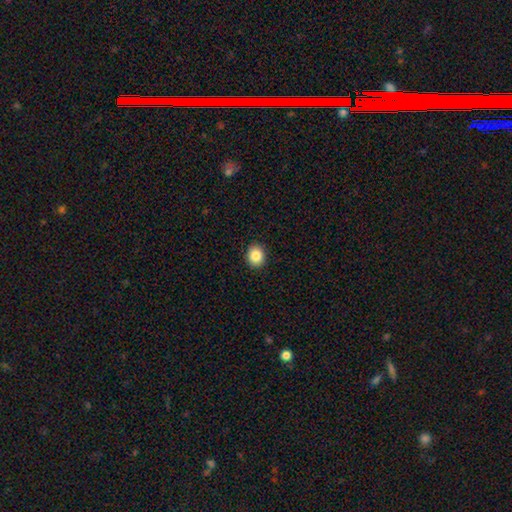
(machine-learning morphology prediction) smooth 86%, star or artifact 9%, featured or disk 5%. Down the decision tree: how rounded — round (67%); merging — none (91%).